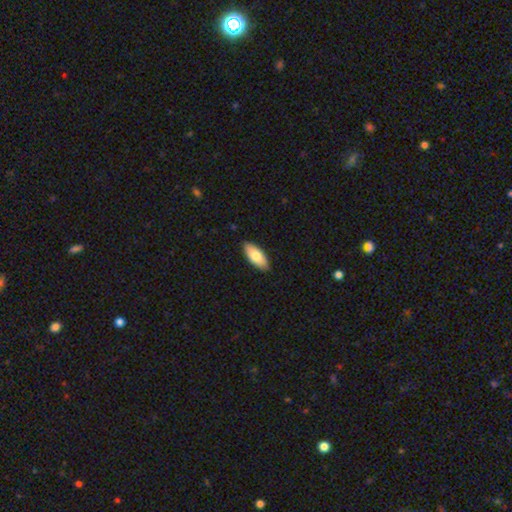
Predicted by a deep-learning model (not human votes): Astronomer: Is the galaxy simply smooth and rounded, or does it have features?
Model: smooth — 77%.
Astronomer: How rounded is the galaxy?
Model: in between — 87%.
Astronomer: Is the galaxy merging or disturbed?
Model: none — 88%.